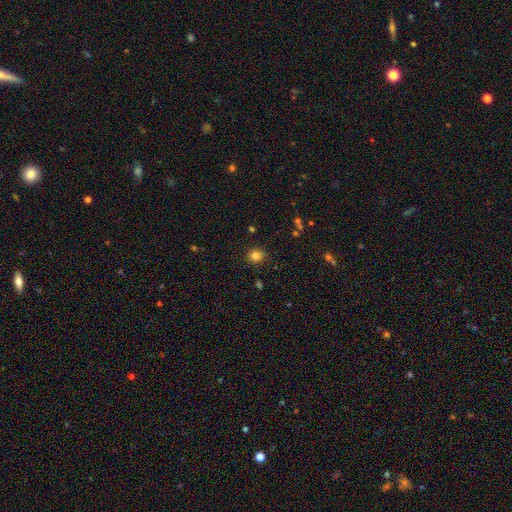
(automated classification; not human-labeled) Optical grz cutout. It shows a smooth galaxy with no disk features (82%) that is round (83%). Merging: none (89%).